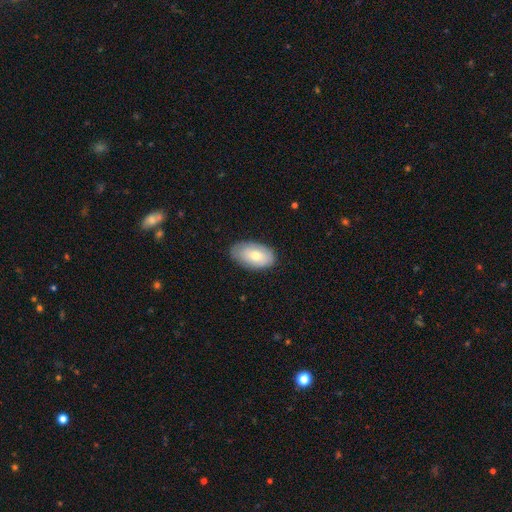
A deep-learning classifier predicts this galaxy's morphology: Smooth or featured? Predicted: smooth (p=0.72). How rounded? Predicted: in between (p=0.94). Merging? Predicted: none (p=0.79).